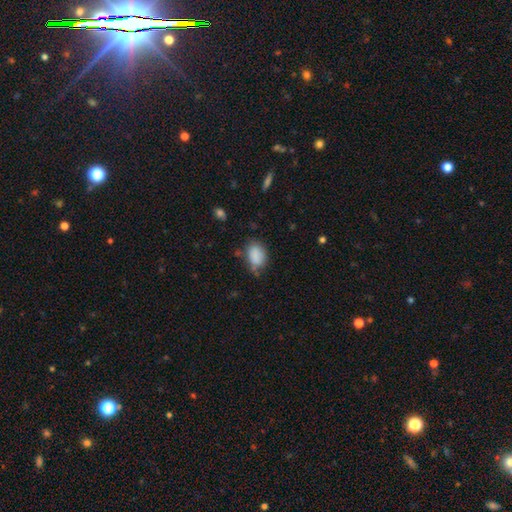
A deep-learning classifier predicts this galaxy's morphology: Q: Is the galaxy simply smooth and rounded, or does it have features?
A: smooth — 84%.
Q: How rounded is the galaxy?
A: in between — 83%.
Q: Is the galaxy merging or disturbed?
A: none — 58%.